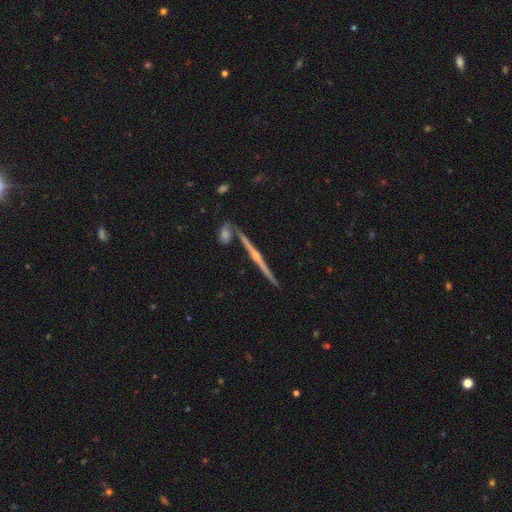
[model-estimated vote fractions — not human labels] Smooth or featured: featured or disk — 85% (smooth — 9%)
Edge-on disk: yes — 98% (no — 2%)
Edge-on bulge: rounded — 83% (none — 12%)
Merging: none — 82% (merger — 8%)